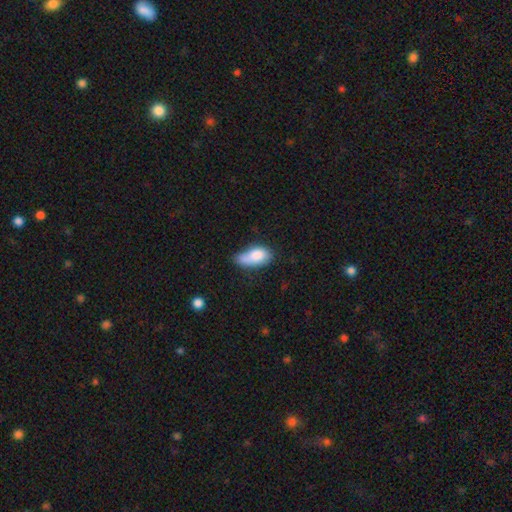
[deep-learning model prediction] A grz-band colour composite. It shows a smooth galaxy with no disk features (82%) that is in between round and cigar-shaped (90%). Merging: minor disturbance (38%, tied with none).